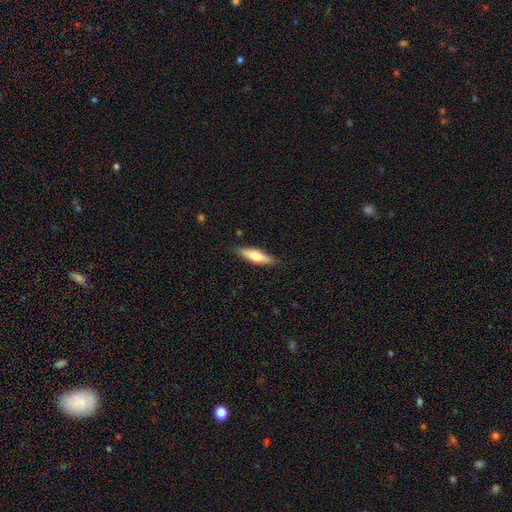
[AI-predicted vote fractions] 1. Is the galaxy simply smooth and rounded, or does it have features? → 59% smooth, 36% featured or disk, 6% star or artifact.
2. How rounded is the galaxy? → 63% cigar-shaped, 35% in between, 2% round.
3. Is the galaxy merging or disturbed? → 86% none, 11% minor disturbance, 2% major disturbance, 1% merger.